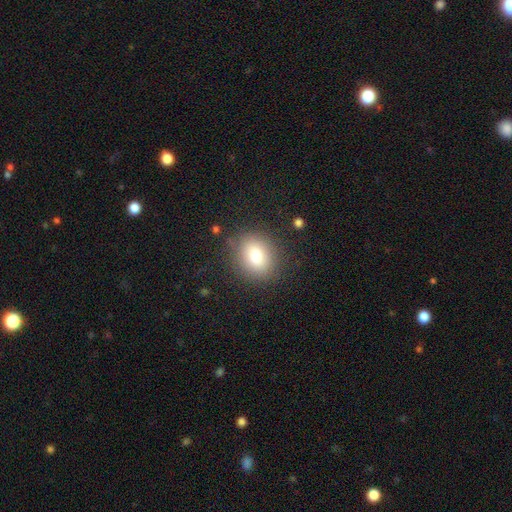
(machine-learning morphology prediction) A smooth galaxy with no disk features (80%) that is round (51%).

Vote fractions:
- Smooth or featured? smooth: 80% / featured or disk: 10% / star or artifact: 10%
- How rounded? round: 51% / in between: 48% / cigar-shaped: 1%
- Merging? none: 84% / minor disturbance: 10% / major disturbance: 4% / merger: 2%